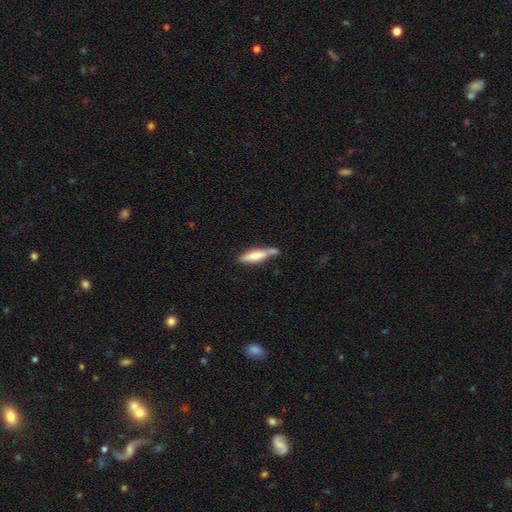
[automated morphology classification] A smooth galaxy with no disk features (71%) that is cigar-shaped (65%).

Vote fractions:
- Smooth or featured? smooth: 71% / featured or disk: 23% / star or artifact: 6%
- How rounded? cigar-shaped: 65% / in between: 33% / round: 2%
- Merging? none: 49% / minor disturbance: 25% / merger: 20% / major disturbance: 6%